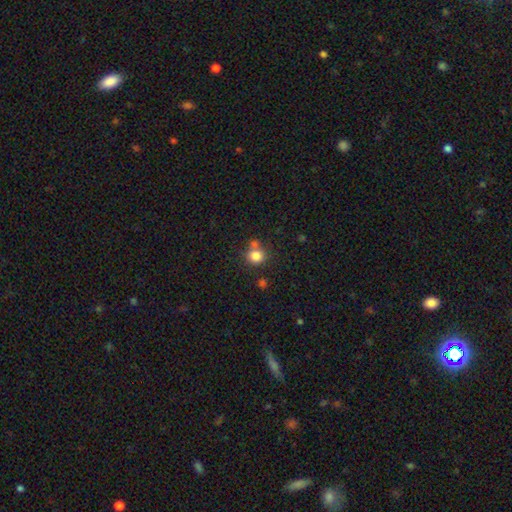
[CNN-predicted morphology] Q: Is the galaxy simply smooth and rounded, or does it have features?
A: smooth — 82%.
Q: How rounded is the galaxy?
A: round — 81%.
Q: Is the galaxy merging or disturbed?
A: none — 63%.